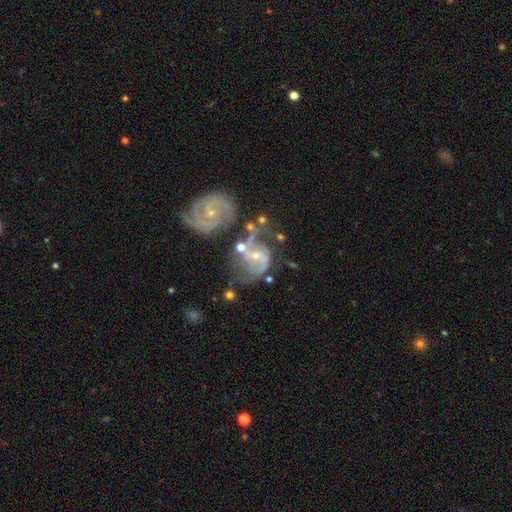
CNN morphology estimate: This is clearly a featured or disk galaxy (86%). It is clearly not viewed edge-on (97%). Bar: marginally no (39%, tied with weak). Spiral arm pattern: clearly yes (95%). Spiral arm count: likely 2 (76%). Spiral winding: possibly medium (51%). Central bulge: likely small (65%). Merging: marginally none (33%).